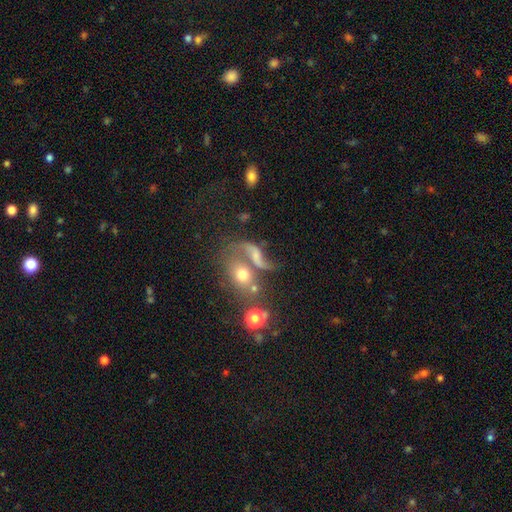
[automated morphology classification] Smooth or featured? featured or disk (54%)
Edge-on disk? no (94%)
Bar? no (56%)
Spiral arms? yes (76%)
Bulge size? small (36%)
Merging? merger (43%)